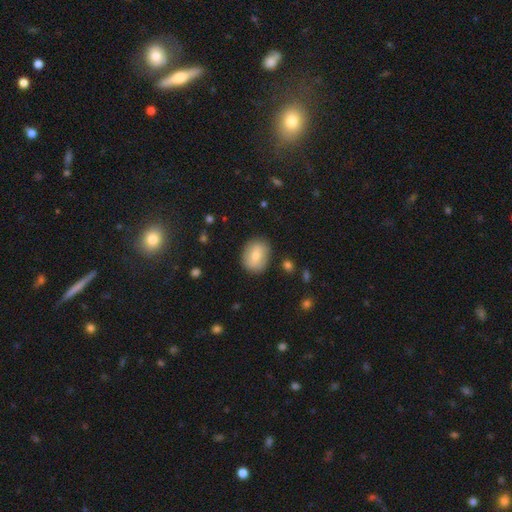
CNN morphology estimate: smooth-or-featured: smooth: 73% | featured or disk: 20% | star or artifact: 7%
  how-rounded: in between: 62% | round: 37% | cigar-shaped: 1%
  merging: none: 84% | minor disturbance: 11% | major disturbance: 3% | merger: 2%